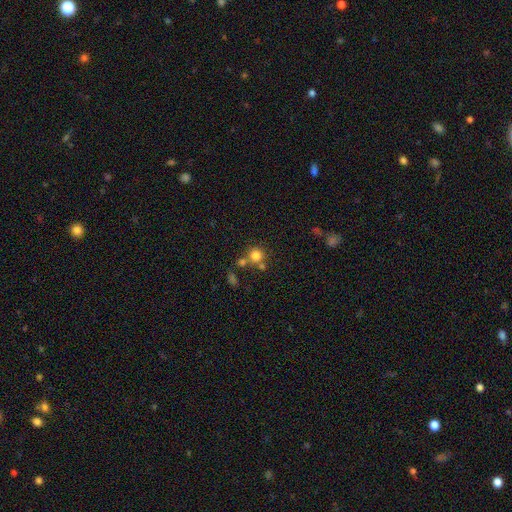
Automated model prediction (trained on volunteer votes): A smooth galaxy with no disk features (78%) that is round (91%).

Vote fractions:
- Smooth or featured? smooth: 78% / star or artifact: 13% / featured or disk: 8%
- How rounded? round: 91% / in between: 8% / cigar-shaped: 1%
- Merging? none: 60% / merger: 25% / minor disturbance: 9% / major disturbance: 5%